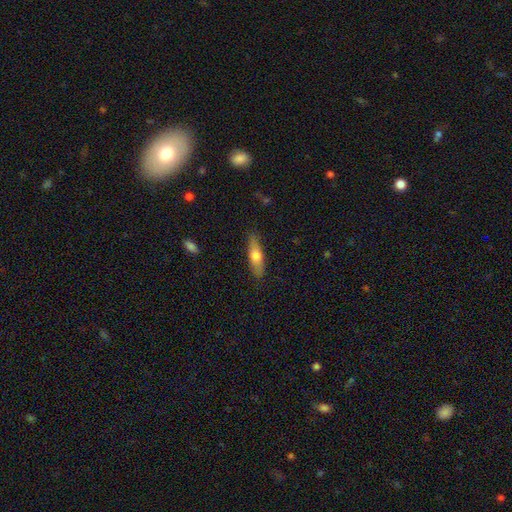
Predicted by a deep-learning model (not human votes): This appears to be a smooth galaxy with no disk features (65%) that is cigar-shaped (53%). Merging: none (84%).